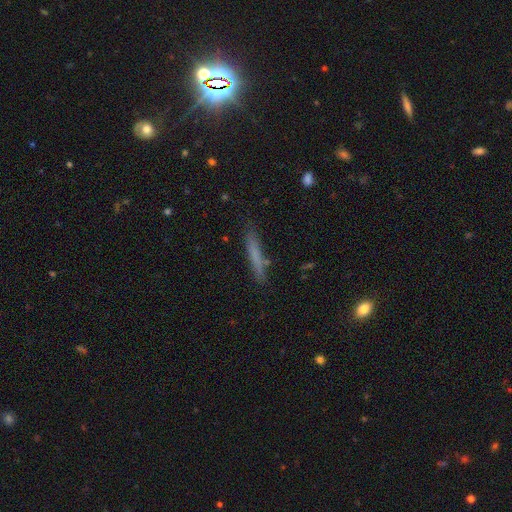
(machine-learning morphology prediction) A smooth galaxy with no disk features (68%) that is cigar-shaped (94%).

Vote fractions:
- Smooth or featured? smooth: 68% / featured or disk: 24% / star or artifact: 8%
- How rounded? cigar-shaped: 94% / in between: 5% / round: 1%
- Merging? none: 82% / minor disturbance: 13% / major disturbance: 3% / merger: 2%